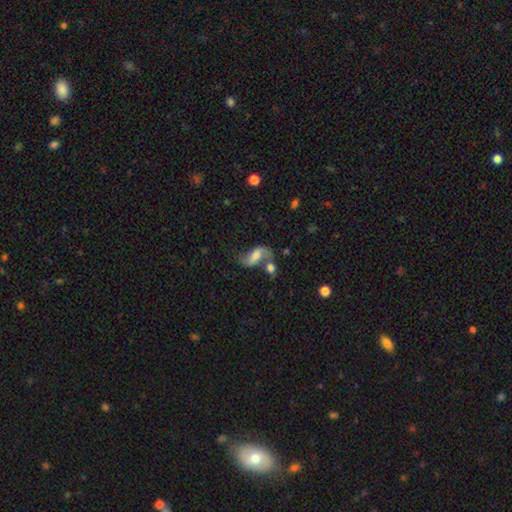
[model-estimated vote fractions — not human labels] smooth_or_featured: featured or disk (p=0.64) [alt: smooth p=0.27]
disk_edge_on: no (p=0.95) [alt: yes p=0.05]
bar: weak (p=0.43) [alt: no p=0.36]
has_spiral_arms: yes (p=0.89) [alt: no p=0.11]
spiral_winding: loose (p=0.76) [alt: medium p=0.19]
spiral_arm_count: 2 (p=0.89) [alt: 1 p=0.04]
bulge_size: moderate (p=0.35) [alt: small p=0.23]
merging: none (p=0.38) [alt: merger p=0.33]